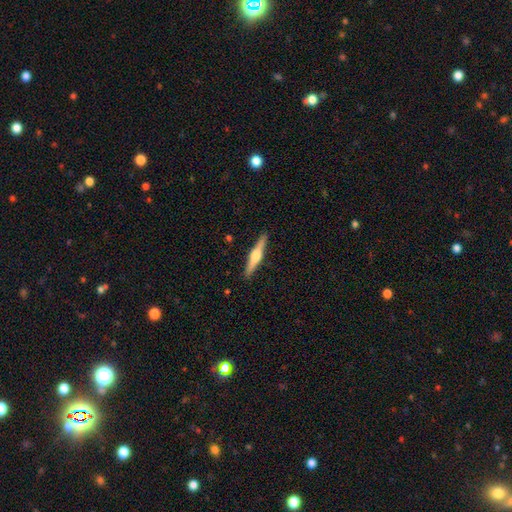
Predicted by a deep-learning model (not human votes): The model was most divided on "smooth or featured": featured or disk: 70%, smooth: 25%, star or artifact: 5%. More confident: edge-on disk — yes (98%); edge-on bulge — rounded (92%); merging — none (91%).